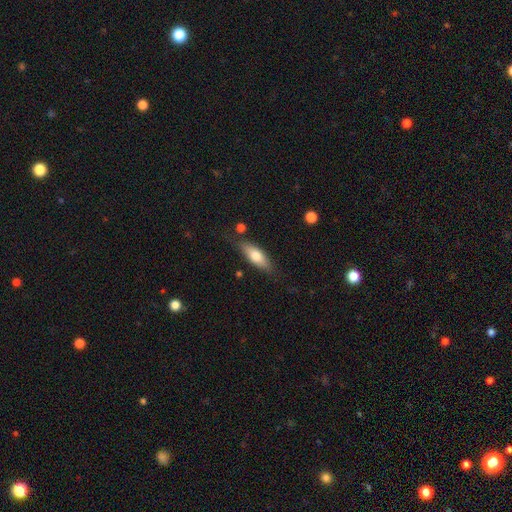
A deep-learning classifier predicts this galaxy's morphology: Smooth or featured? Predicted: smooth (p=0.71). How rounded? Predicted: in between (p=0.63). Merging? Predicted: none (p=0.74).